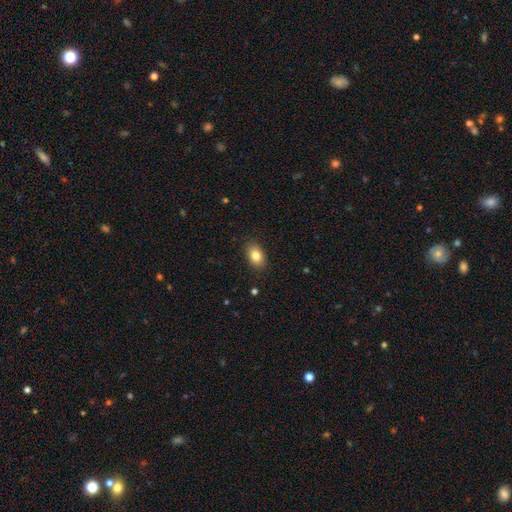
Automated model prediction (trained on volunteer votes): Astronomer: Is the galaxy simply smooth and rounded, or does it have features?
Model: smooth — 83%.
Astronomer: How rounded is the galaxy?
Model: in between — 85%.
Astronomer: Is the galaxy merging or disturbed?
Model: none — 88%.